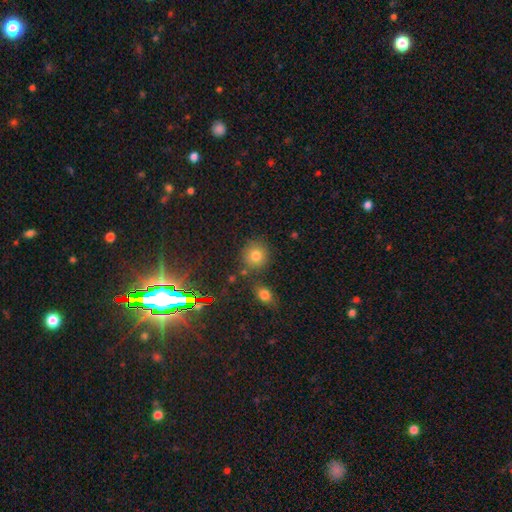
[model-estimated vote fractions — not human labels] Morphology: type=smooth (76%); roundness=round (88%); merging=none (78%).